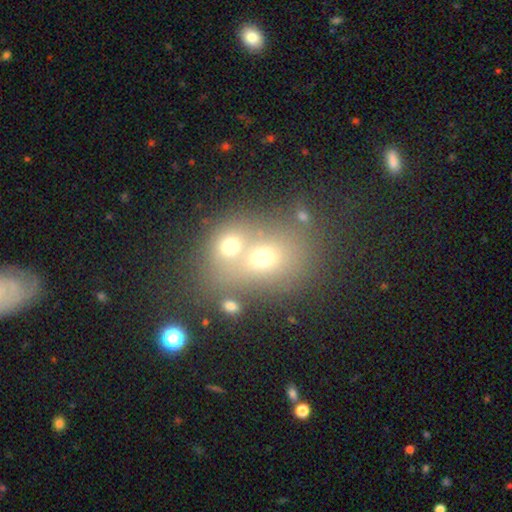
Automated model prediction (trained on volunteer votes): Smooth or featured? smooth (58%)
How rounded? round (57%)
Merging? merger (62%)